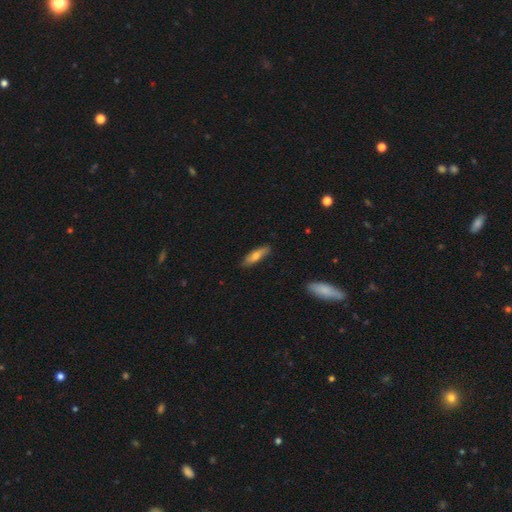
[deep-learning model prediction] The model was most divided on "how rounded": cigar-shaped: 57%, in between: 41%, round: 2%. More confident: merging — none (83%); smooth or featured — smooth (67%).